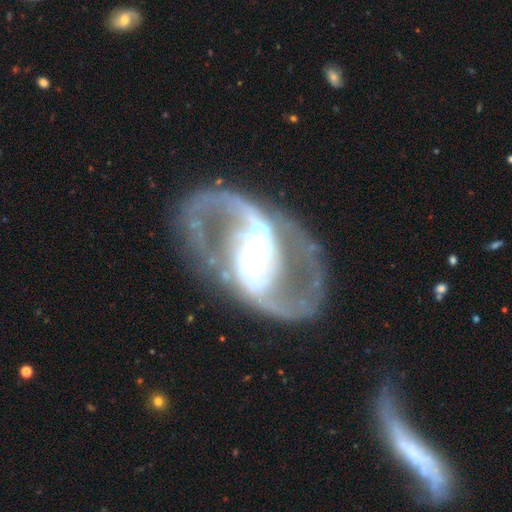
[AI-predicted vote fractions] This appears to be a featured or disk galaxy (87%) with a strong bar (52%), 2 (81%) medium (47%) spiral arms (79%) and a moderate central bulge (51%). Merging: none (57%).